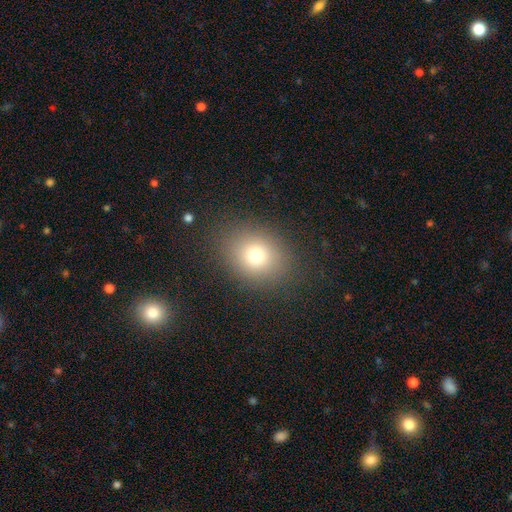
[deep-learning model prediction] A smooth galaxy with no disk features (74%) that is round (57%). Merging: none (85%).